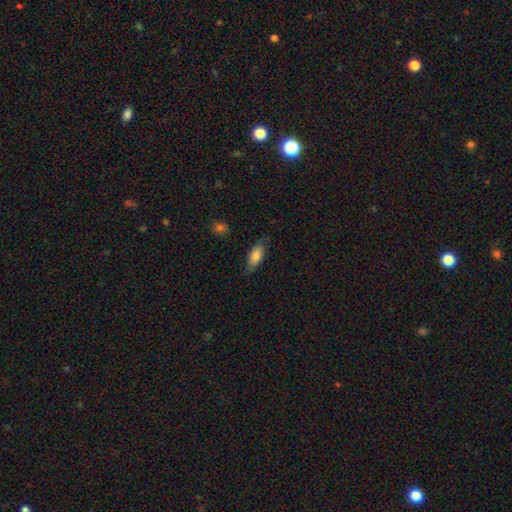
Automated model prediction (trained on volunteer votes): Morphology: type=smooth (79%); roundness=in between (79%); merging=none (73%).